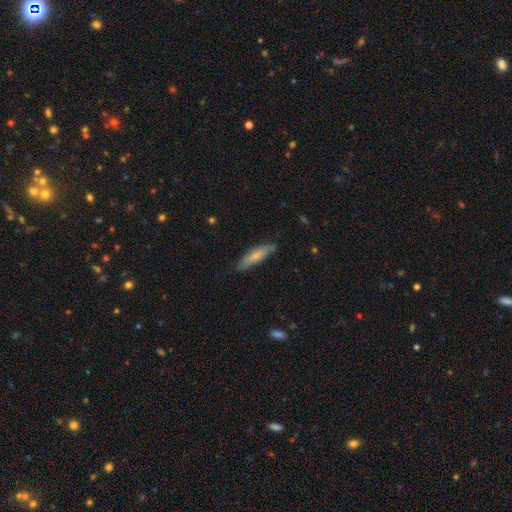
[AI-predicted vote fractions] Smooth or featured?
  - smooth: 72% *
  - featured or disk: 23%
  - star or artifact: 5%
How rounded?
  - cigar-shaped: 71% *
  - in between: 28%
  - round: 1%
Merging?
  - none: 80% *
  - minor disturbance: 16%
  - major disturbance: 3%
  - merger: 1%